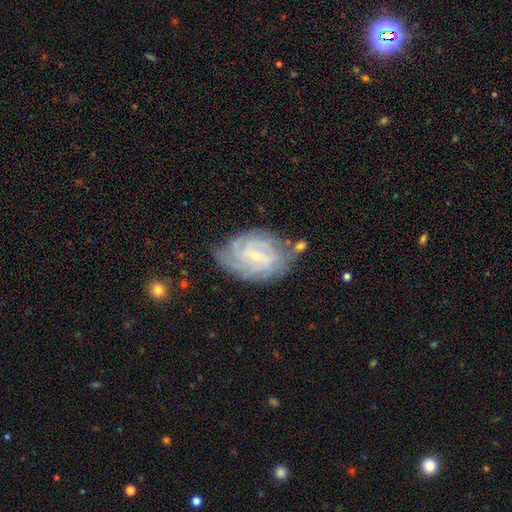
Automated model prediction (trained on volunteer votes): smooth-or-featured: featured or disk: 85% | smooth: 9% | star or artifact: 6%
  disk-edge-on: no: 97% | yes: 3%
    bar: no: 48% | weak: 42% | strong: 9%
    has-spiral-arms: yes: 96% | no: 4%
      spiral-winding: tight: 70% | medium: 25% | loose: 5%
      spiral-arm-count: can't tell: 29% | 4: 27% | 3: 19% | 2: 13% | more than 4: 7% | 1: 5%
    bulge-size: small: 78% | moderate: 18% | none: 2% | large: 1% | dominant: 1%
  merging: none: 67% | minor disturbance: 21% | major disturbance: 7% | merger: 4%